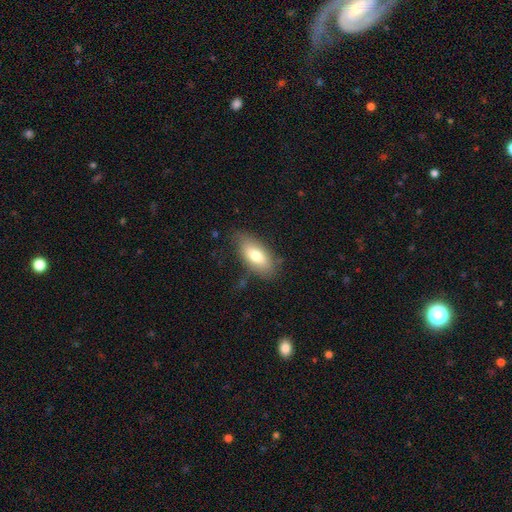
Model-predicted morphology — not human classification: Smooth or featured: smooth — 73% (featured or disk — 20%)
How rounded: in between — 88% (cigar-shaped — 8%)
Merging: none — 73% (minor disturbance — 20%)